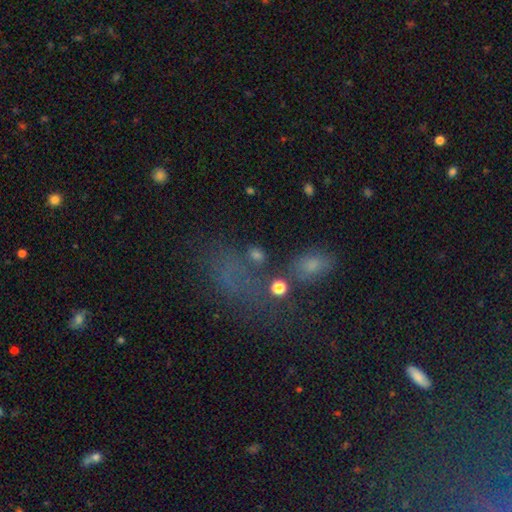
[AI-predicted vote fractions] smooth_or_featured: smooth (p=0.54) [alt: star or artifact p=0.30]
how_rounded: in between (p=0.62) [alt: round p=0.31]
merging: none (p=0.41) [alt: major disturbance p=0.24]